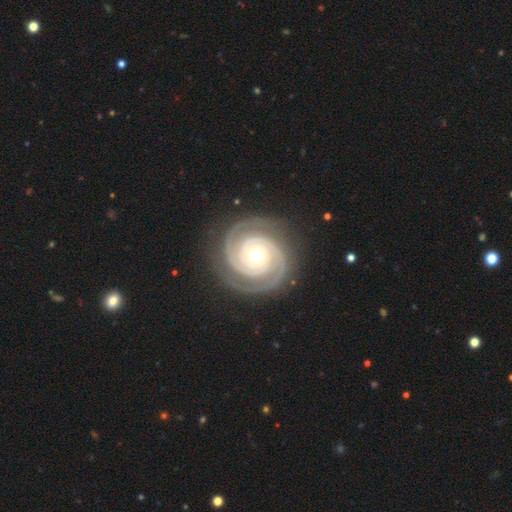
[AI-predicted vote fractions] A featured or disk galaxy (94%) with no bar (77%), 2 (86%) tight (85%) spiral arms (99%) and a moderate central bulge (65%).

Vote fractions:
- Smooth or featured? featured or disk: 94% / star or artifact: 3% / smooth: 3%
- Edge-on disk? no: 98% / yes: 2%
- Bar? no: 77% / weak: 14% / strong: 9%
- Spiral arms? yes: 99% / no: 1%
- Spiral winding? tight: 85% / medium: 14% / loose: 2%
- Spiral arm count? 2: 86% / 3: 7% / can't tell: 2% / 4: 2% / 1: 2% / more than 4: 2%
- Bulge size? moderate: 65% / small: 30% / large: 3% / dominant: 1% / none: 1%
- Merging? none: 86% / minor disturbance: 10% / major disturbance: 3% / merger: 1%